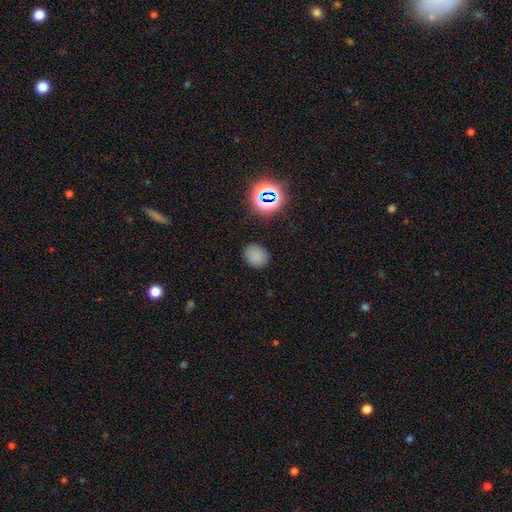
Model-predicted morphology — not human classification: Q: Smooth or featured?
A: smooth (77%); runner-up: star or artifact (18%)
Q: How rounded?
A: round (68%); runner-up: in between (31%)
Q: Merging?
A: none (86%); runner-up: minor disturbance (9%)